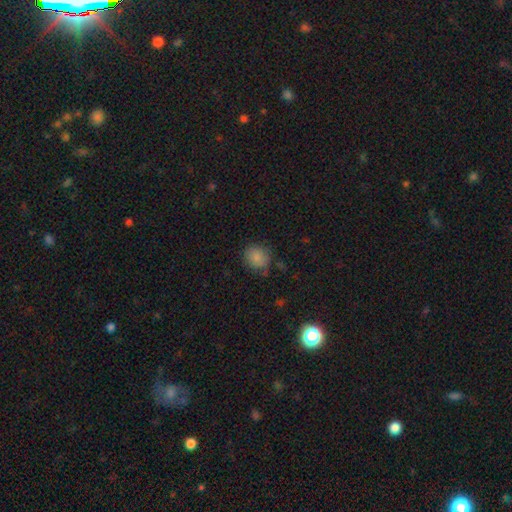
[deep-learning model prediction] Morphology: type=smooth (80%); roundness=round (77%); merging=none (78%).